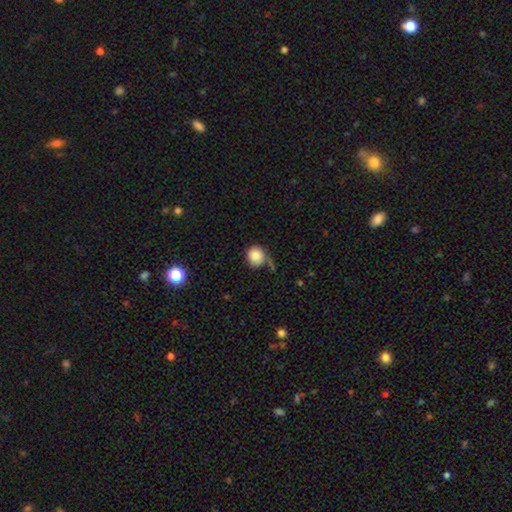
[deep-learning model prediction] This appears to be a smooth galaxy with no disk features (83%) that is round (84%). Merging: none (45%).